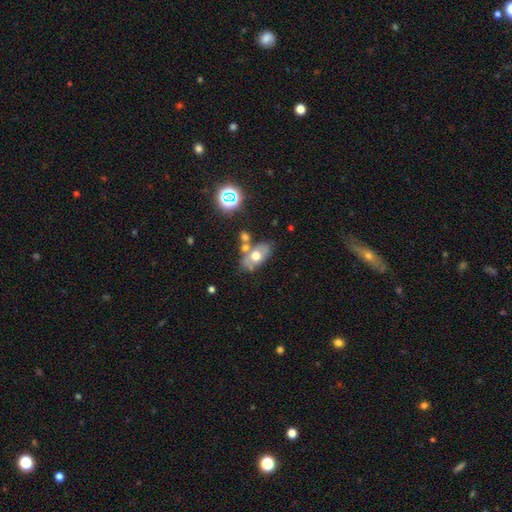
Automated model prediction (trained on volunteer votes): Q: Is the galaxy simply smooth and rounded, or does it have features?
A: smooth — 51%.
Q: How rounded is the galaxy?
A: in between — 85%.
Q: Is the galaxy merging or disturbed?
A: none — 55%.